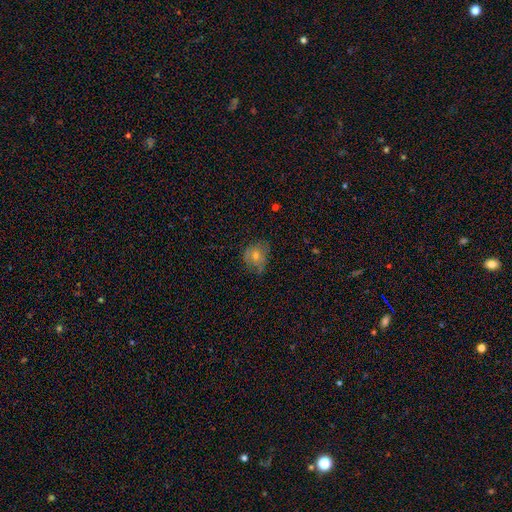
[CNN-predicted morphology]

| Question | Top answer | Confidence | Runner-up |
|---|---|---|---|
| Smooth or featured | smooth | 49% | featured or disk (37%) |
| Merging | none | 62% | minor disturbance (26%) |